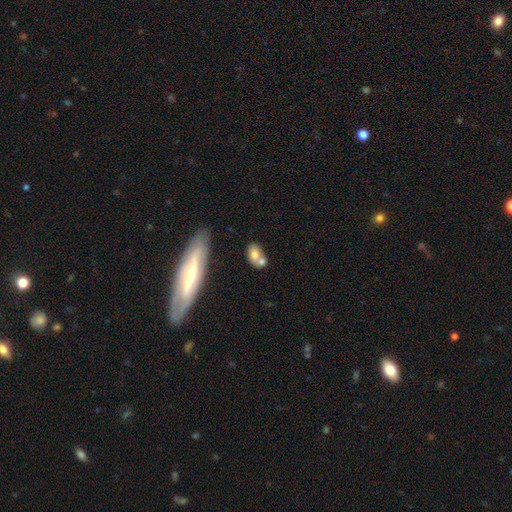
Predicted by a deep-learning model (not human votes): smooth-or-featured: smooth: 69% | featured or disk: 22% | star or artifact: 9%
  how-rounded: in between: 75% | round: 21% | cigar-shaped: 4%
  merging: merger: 47% | none: 35% | minor disturbance: 12% | major disturbance: 6%